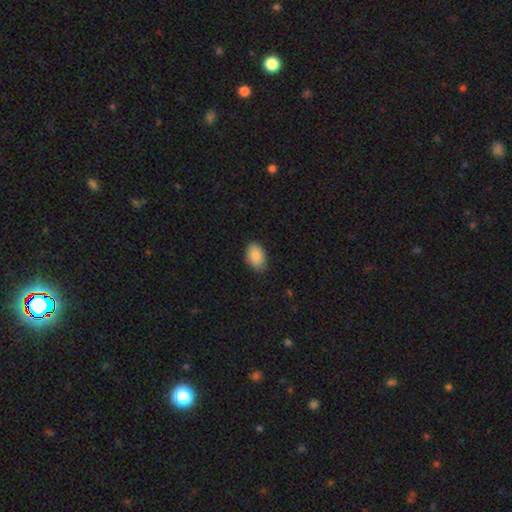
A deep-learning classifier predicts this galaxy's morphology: Overall: smooth (89%). How rounded: in between (88%). Merging: none (81%).